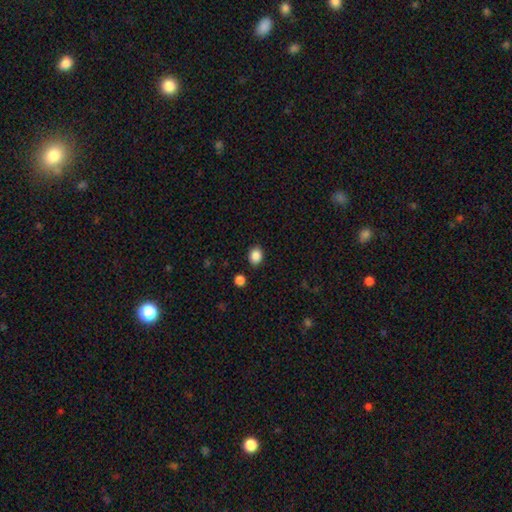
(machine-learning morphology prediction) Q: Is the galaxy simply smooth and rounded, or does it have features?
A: smooth — 86%.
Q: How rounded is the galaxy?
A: round — 50%.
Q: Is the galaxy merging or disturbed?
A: none — 86%.